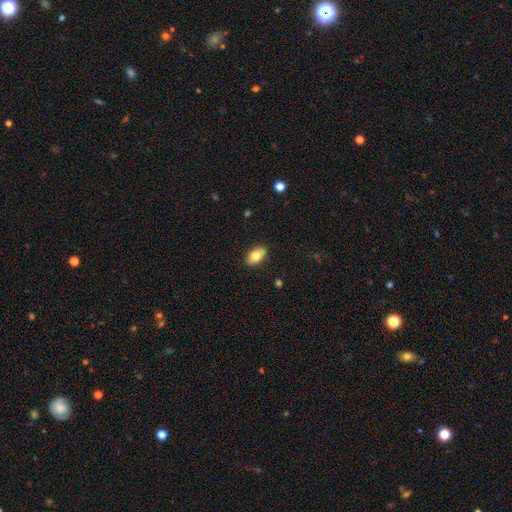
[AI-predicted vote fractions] Morphology: type=smooth (80%); roundness=in between (90%); merging=none (89%).